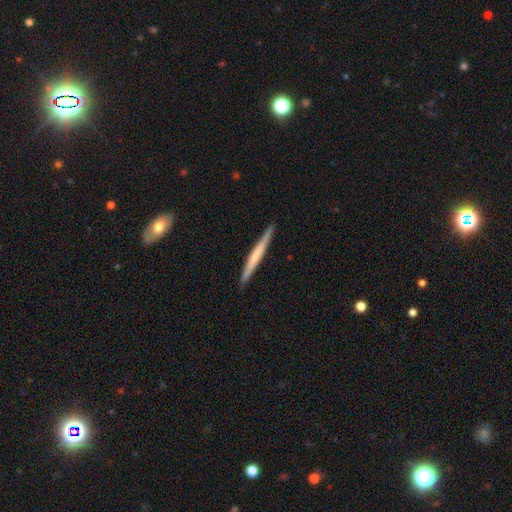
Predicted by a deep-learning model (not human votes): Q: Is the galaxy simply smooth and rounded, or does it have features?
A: smooth — 49%.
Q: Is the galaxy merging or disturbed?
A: none — 91%.